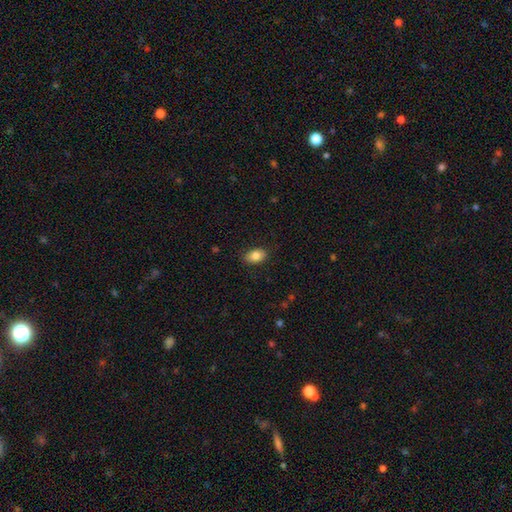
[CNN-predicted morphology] Smooth or featured? smooth (83%)
How rounded? in between (87%)
Merging? none (85%)